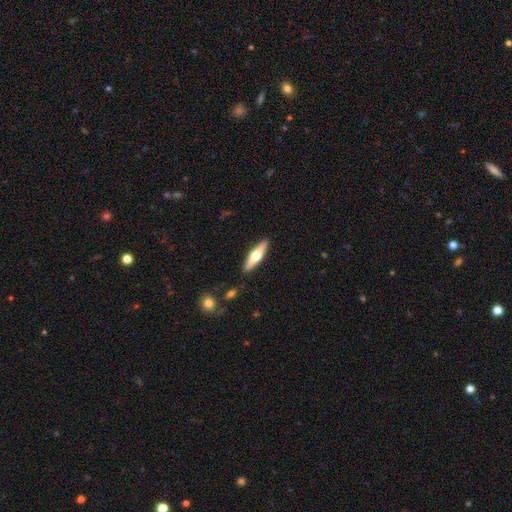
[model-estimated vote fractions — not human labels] A featured or disk galaxy (49%).

Vote fractions:
- Smooth or featured? featured or disk: 49% / smooth: 46% / star or artifact: 5%
- Merging? none: 89% / minor disturbance: 8% / major disturbance: 2% / merger: 2%